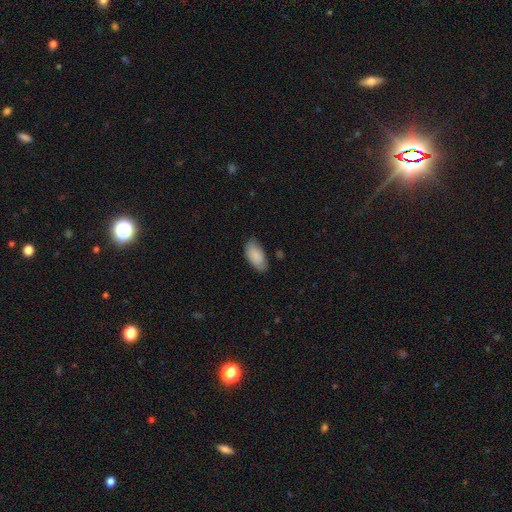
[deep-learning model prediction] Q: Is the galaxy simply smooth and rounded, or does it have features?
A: smooth — 83%.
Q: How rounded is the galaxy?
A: in between — 94%.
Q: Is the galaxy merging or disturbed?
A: none — 71%.